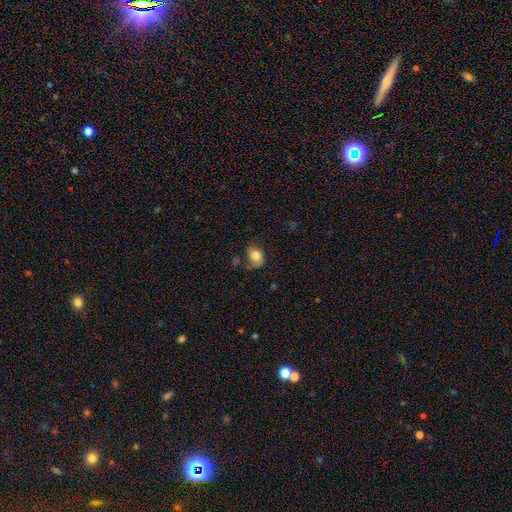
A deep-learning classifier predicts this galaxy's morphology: This is likely a smooth galaxy (76%). How rounded: possibly round (50%). Merging: possibly none (54%).